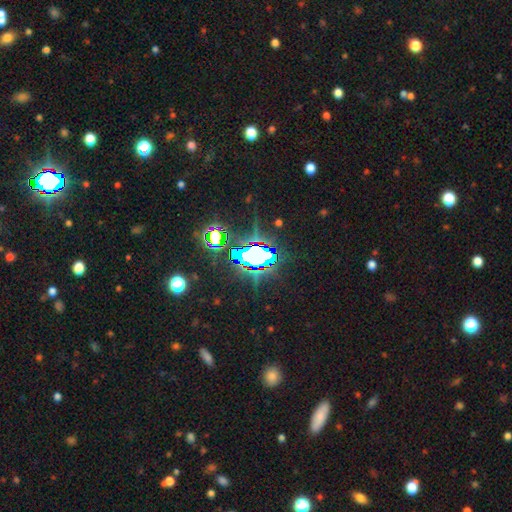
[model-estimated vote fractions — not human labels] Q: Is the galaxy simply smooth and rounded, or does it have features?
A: star or artifact — 72%.